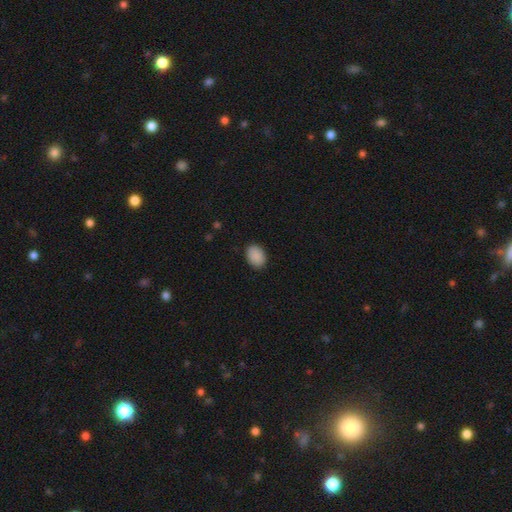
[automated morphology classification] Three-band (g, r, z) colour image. It shows a smooth galaxy with no disk features (90%) that is in between round and cigar-shaped (76%). Merging: none (88%).